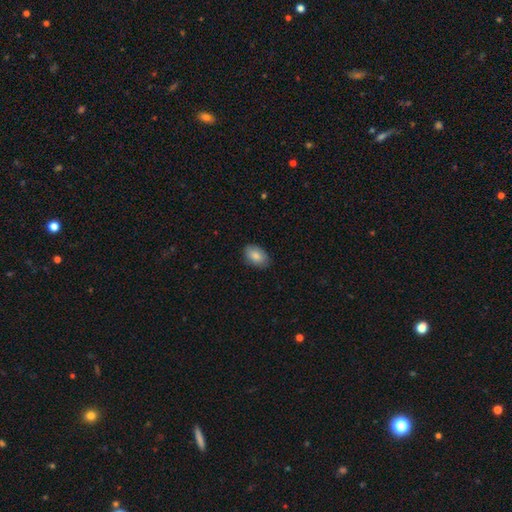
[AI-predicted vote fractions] Smooth or featured? Predicted: smooth (p=0.85). How rounded? Predicted: in between (p=0.89). Merging? Predicted: none (p=0.85).